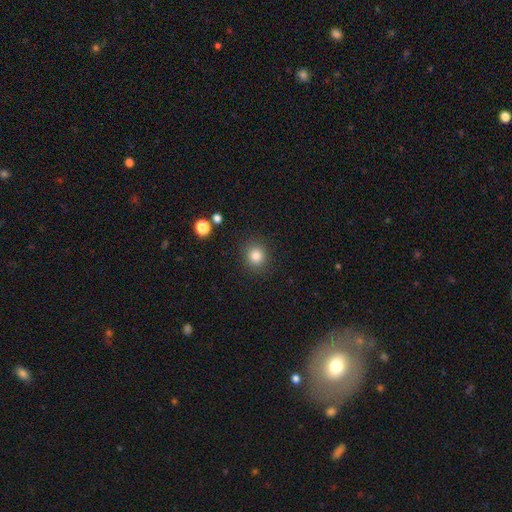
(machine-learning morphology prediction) A smooth galaxy with no disk features (84%) that is round (84%). Merging: none (88%).